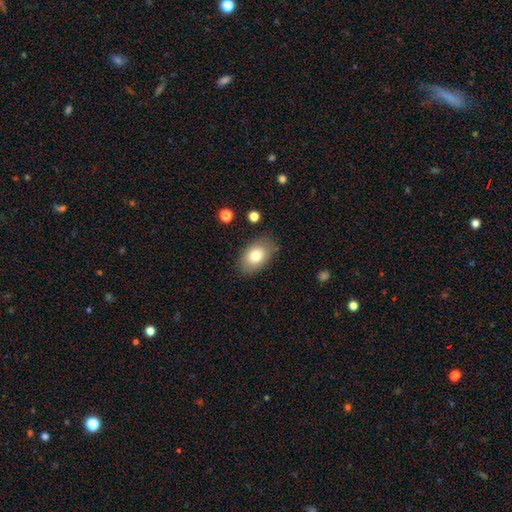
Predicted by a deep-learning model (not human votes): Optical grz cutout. It shows a smooth galaxy with no disk features (78%) that is in between round and cigar-shaped (87%). Merging: none (82%).